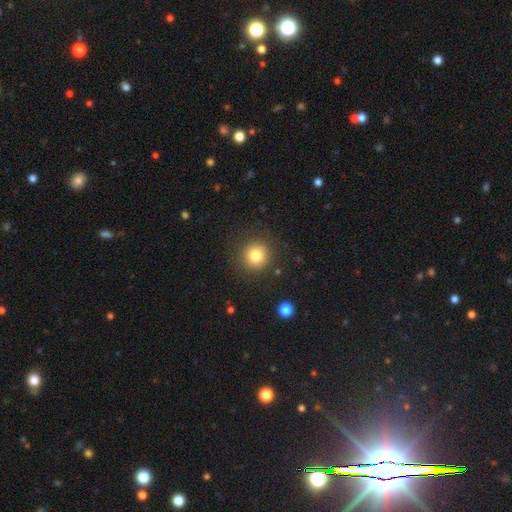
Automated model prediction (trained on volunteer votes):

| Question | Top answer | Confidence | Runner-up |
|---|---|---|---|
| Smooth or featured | smooth | 80% | star or artifact (12%) |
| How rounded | round | 93% | in between (6%) |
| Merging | none | 86% | minor disturbance (8%) |